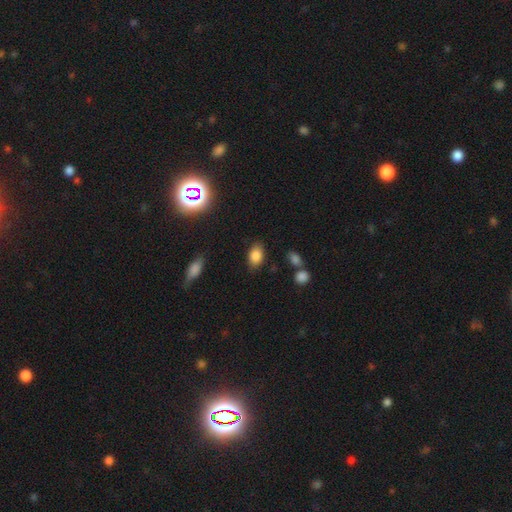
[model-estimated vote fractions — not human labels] The model was most divided on "merging": none: 80%, minor disturbance: 14%, major disturbance: 4%, merger: 2%. More confident: how rounded — in between (85%); smooth or featured — smooth (84%).